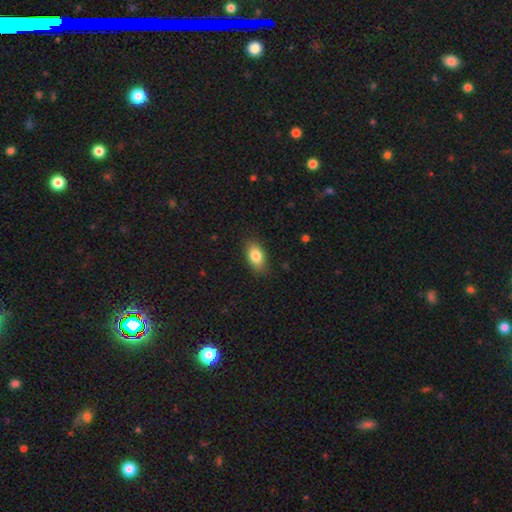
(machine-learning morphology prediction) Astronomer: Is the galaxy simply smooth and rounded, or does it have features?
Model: smooth — 83%.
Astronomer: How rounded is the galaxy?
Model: in between — 88%.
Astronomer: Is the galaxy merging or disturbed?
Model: none — 85%.